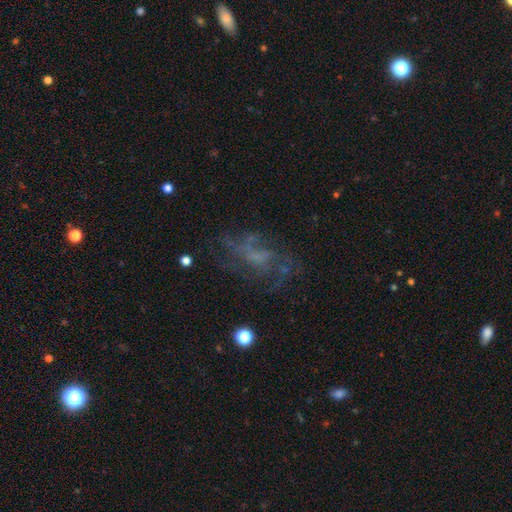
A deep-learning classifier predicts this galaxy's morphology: featured or disk 61%, smooth 20%, star or artifact 19%. Down the decision tree: edge-on disk — no (96%); bar — no (70%); spiral arms — yes (64%); bulge size — none (59%); merging — none (53%).